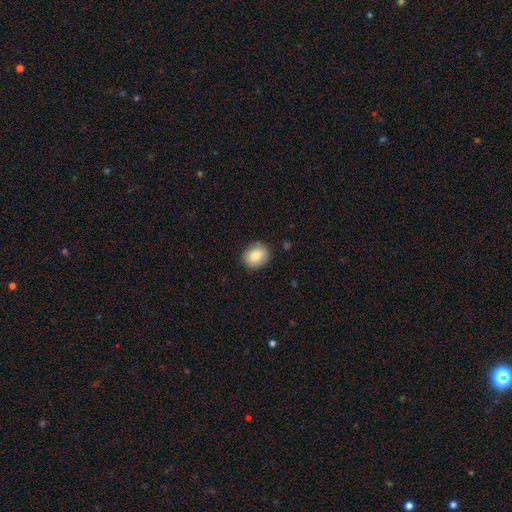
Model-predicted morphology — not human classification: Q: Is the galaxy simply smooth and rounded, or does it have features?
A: smooth — 83%.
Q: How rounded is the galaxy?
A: round — 60%.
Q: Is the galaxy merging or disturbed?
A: none — 86%.